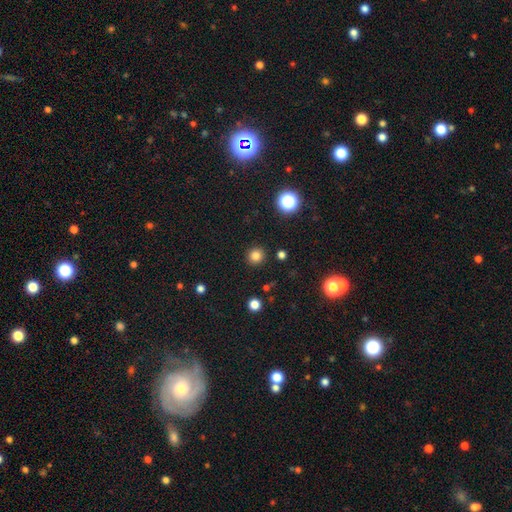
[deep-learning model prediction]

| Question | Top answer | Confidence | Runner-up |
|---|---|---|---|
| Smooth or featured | smooth | 81% | star or artifact (14%) |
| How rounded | round | 93% | in between (6%) |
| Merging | none | 91% | minor disturbance (5%) |